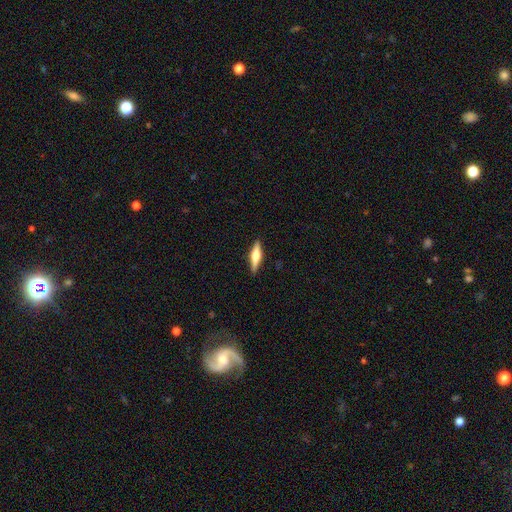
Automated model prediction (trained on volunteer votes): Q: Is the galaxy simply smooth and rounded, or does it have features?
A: featured or disk — 53%.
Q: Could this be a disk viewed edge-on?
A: yes — 96%.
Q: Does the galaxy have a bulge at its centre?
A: rounded — 86%.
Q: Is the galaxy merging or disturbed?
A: none — 89%.